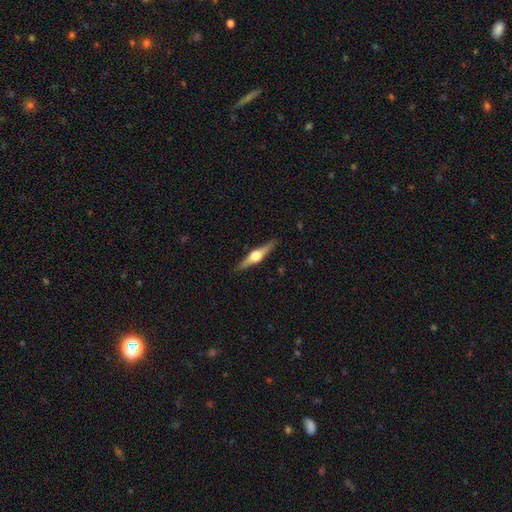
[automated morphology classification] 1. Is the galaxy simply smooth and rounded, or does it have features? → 76% featured or disk, 18% smooth, 5% star or artifact.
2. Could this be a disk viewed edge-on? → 98% yes, 2% no.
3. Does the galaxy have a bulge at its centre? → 95% rounded, 4% boxy, 1% none.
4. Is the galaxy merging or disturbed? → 91% none, 7% minor disturbance, 1% major disturbance, 1% merger.